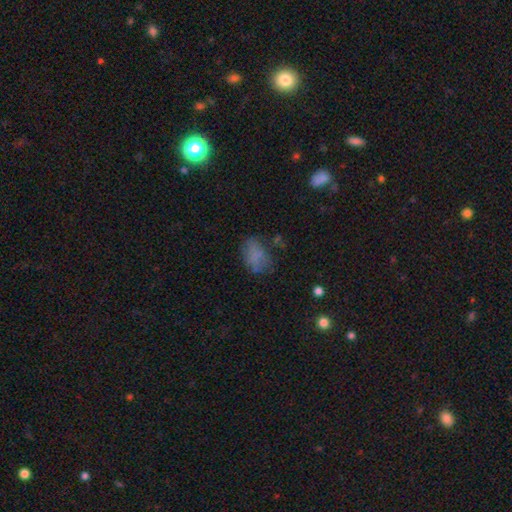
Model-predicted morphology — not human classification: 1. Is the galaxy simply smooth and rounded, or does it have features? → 67% smooth, 19% featured or disk, 14% star or artifact.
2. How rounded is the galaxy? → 80% in between, 18% round, 2% cigar-shaped.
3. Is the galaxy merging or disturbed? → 53% none, 25% minor disturbance, 18% major disturbance, 4% merger.